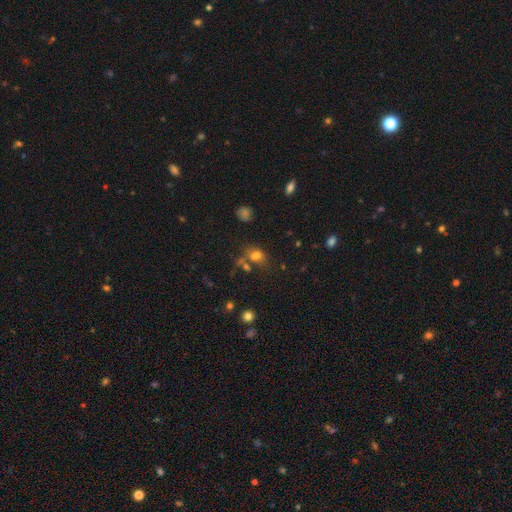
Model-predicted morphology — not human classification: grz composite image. It shows a smooth galaxy with no disk features (67%) that is in between round and cigar-shaped (65%). Merging: none (45%).